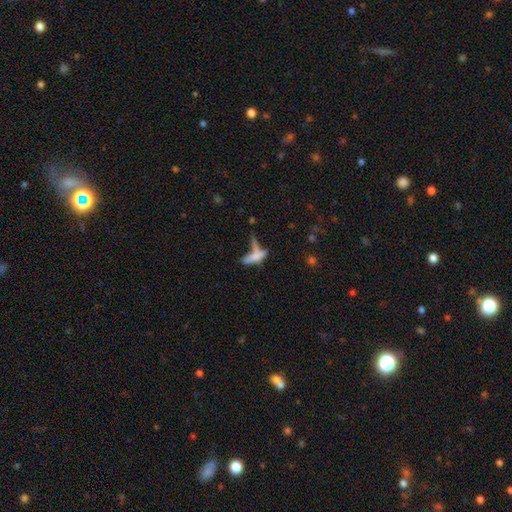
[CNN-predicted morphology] type=smooth (60%); roundness=cigar-shaped (65%); merging=merger (35%).